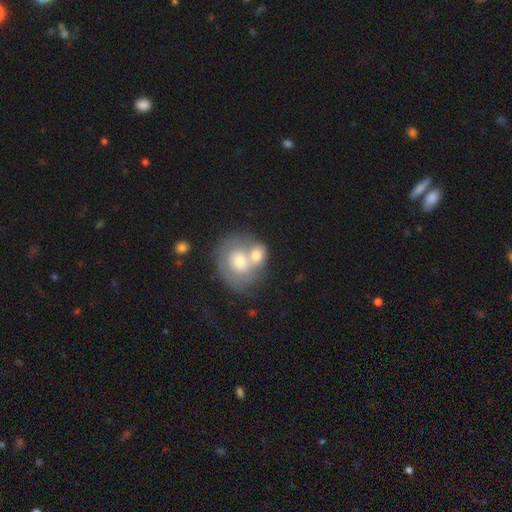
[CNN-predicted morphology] This appears to be a smooth galaxy with no disk features (54%) that is round (66%). Merging: merger (68%).